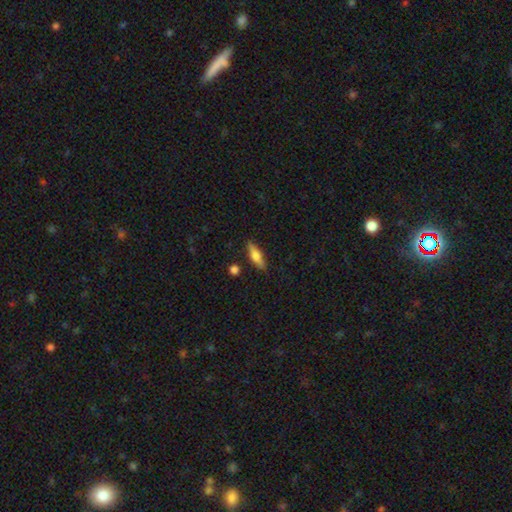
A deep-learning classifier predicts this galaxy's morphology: This appears to be a smooth galaxy with no disk features (55%) that is cigar-shaped (60%). Merging: none (84%).